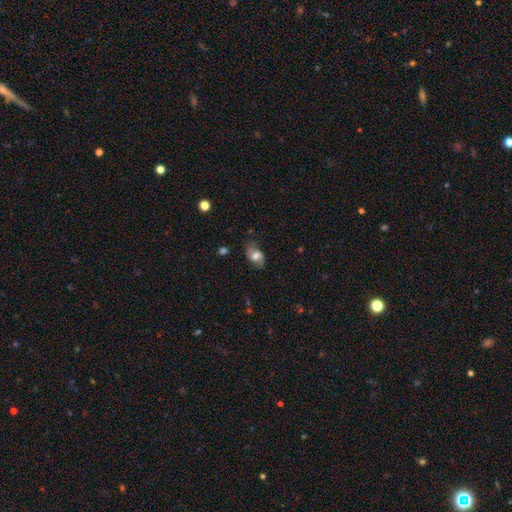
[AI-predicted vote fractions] This is possibly a smooth galaxy (56%). How rounded: clearly in between (86%). Merging: likely none (68%).